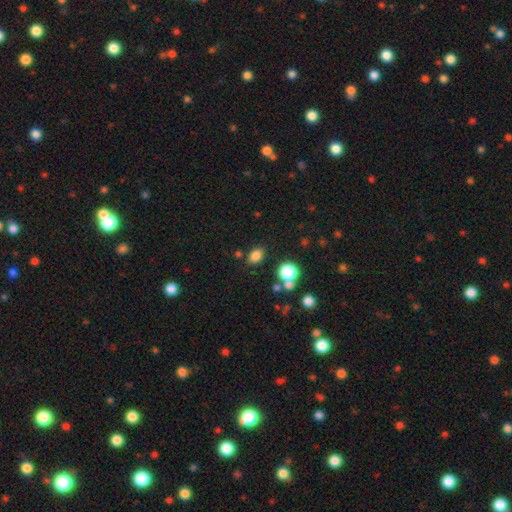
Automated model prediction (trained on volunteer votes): A smooth galaxy with no disk features (81%) that is in between round and cigar-shaped (71%). Merging: none (80%).